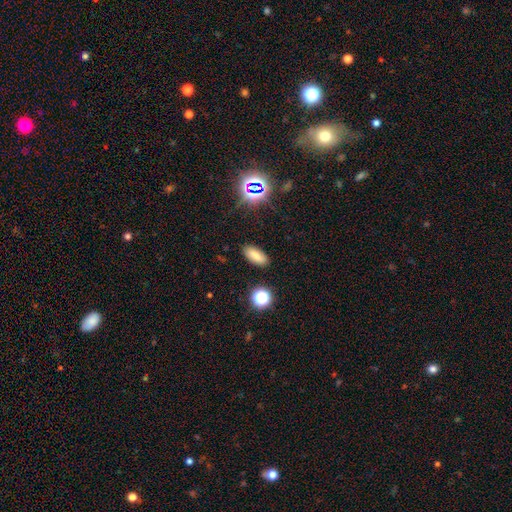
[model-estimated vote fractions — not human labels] Smooth or featured? Predicted: smooth (p=0.73). How rounded? Predicted: in between (p=0.82). Merging? Predicted: none (p=0.87).